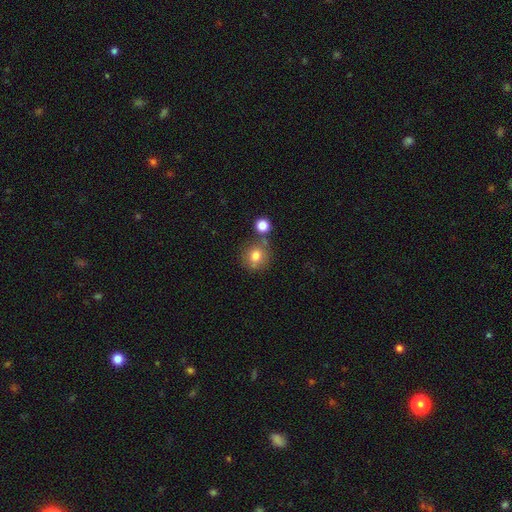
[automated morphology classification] type=smooth (78%); roundness=round (87%); merging=none (67%).